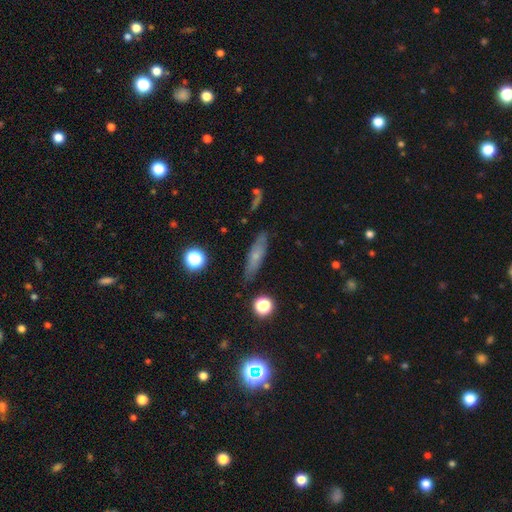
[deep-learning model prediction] A smooth galaxy with no disk features (59%) that is cigar-shaped (68%). Merging: none (83%).